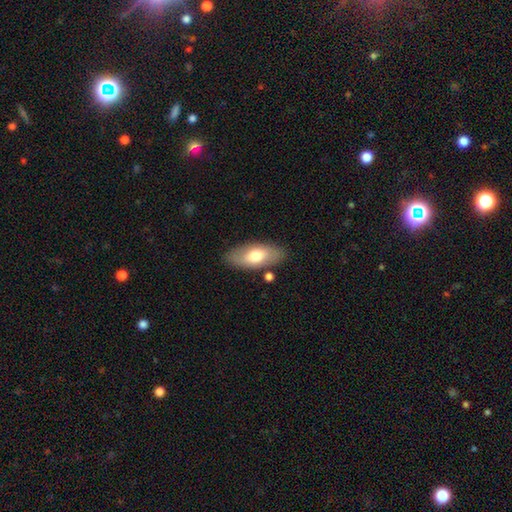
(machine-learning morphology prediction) type=smooth (66%); roundness=in between (86%); merging=none (82%).